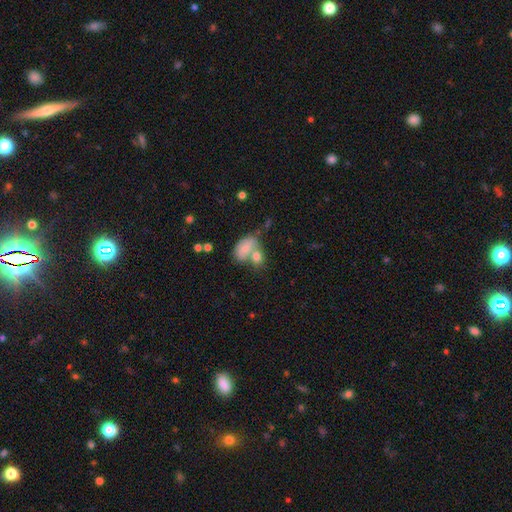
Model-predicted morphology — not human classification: smooth-or-featured: smooth: 46% | star or artifact: 28% | featured or disk: 26%
  merging: merger: 44% | none: 34% | minor disturbance: 12% | major disturbance: 11%